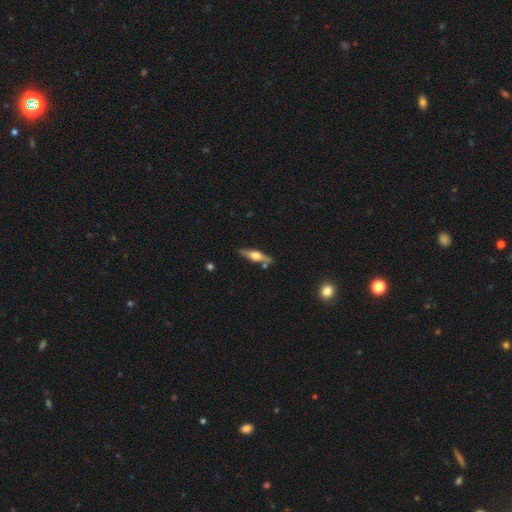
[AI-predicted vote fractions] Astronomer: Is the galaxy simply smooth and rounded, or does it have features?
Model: featured or disk — 61%.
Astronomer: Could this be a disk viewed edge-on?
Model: yes — 95%.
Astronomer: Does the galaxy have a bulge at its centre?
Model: rounded — 91%.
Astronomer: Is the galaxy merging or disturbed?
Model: none — 82%.